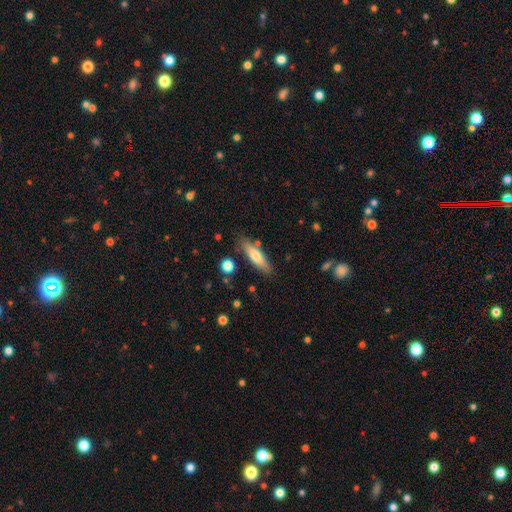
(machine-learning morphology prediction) Smooth or featured?
  - smooth: 67% *
  - featured or disk: 26%
  - star or artifact: 6%
How rounded?
  - cigar-shaped: 66% *
  - in between: 32%
  - round: 2%
Merging?
  - none: 82% *
  - minor disturbance: 12%
  - merger: 4%
  - major disturbance: 3%